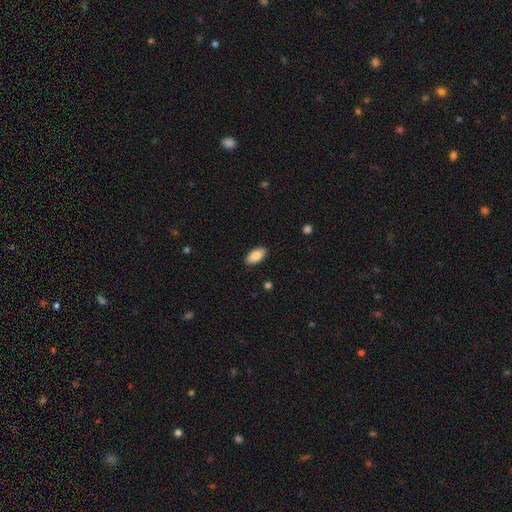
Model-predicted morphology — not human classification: A smooth galaxy with no disk features (86%) that is in between round and cigar-shaped (94%). Merging: none (89%).